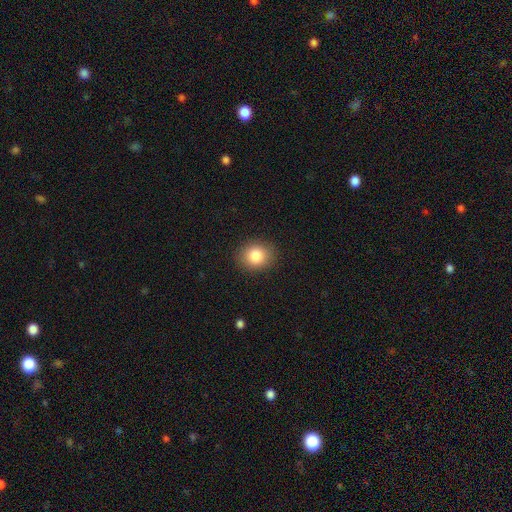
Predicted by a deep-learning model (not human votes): This is clearly a smooth galaxy (84%). How rounded: likely round (66%). Merging: clearly none (89%).